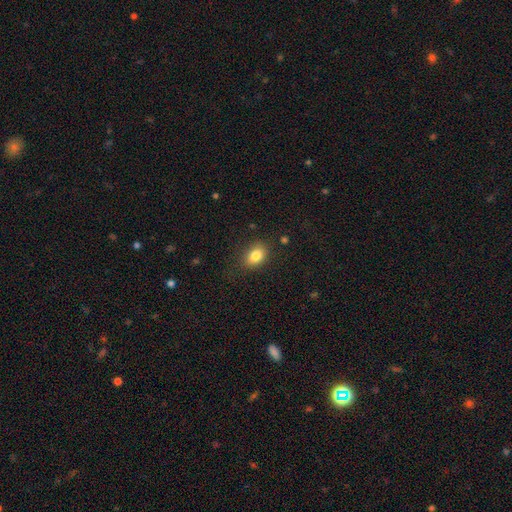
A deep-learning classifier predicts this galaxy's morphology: Q: Smooth or featured?
A: smooth (83%); runner-up: star or artifact (9%)
Q: How rounded?
A: in between (76%); runner-up: round (23%)
Q: Merging?
A: none (81%); runner-up: minor disturbance (13%)